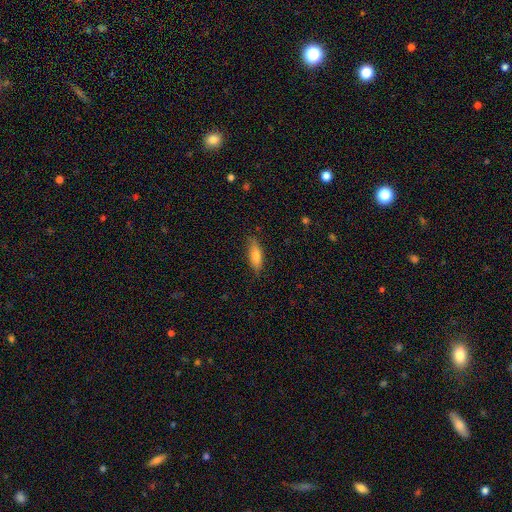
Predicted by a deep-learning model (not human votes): Q: Smooth or featured?
A: smooth (75%); runner-up: featured or disk (18%)
Q: How rounded?
A: in between (54%); runner-up: cigar-shaped (44%)
Q: Merging?
A: none (78%); runner-up: minor disturbance (17%)